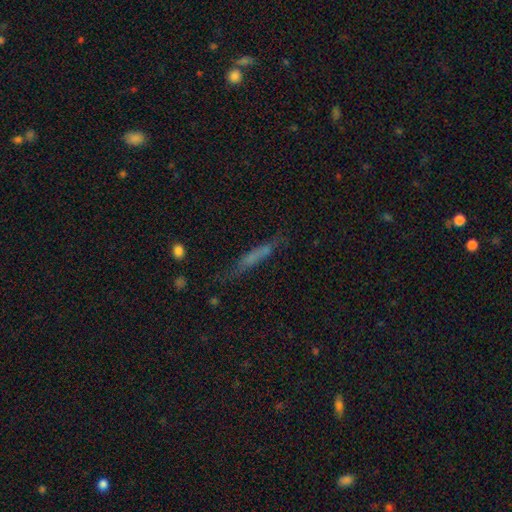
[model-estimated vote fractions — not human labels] Smooth or featured?
  - smooth: 48% *
  - featured or disk: 38%
  - star or artifact: 14%
Merging?
  - none: 70% *
  - minor disturbance: 19%
  - major disturbance: 8%
  - merger: 3%